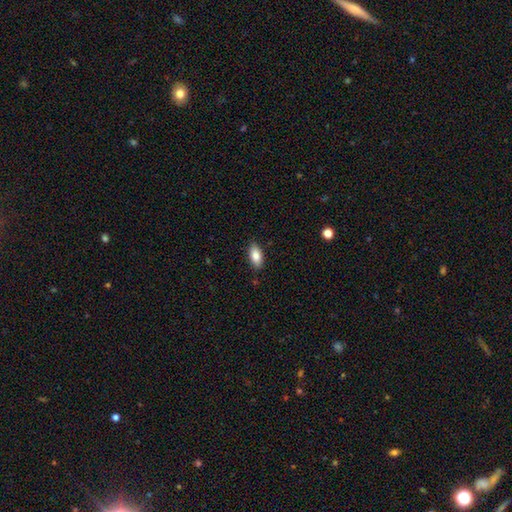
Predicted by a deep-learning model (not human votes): Smooth or featured? smooth (83%)
How rounded? in between (89%)
Merging? none (87%)